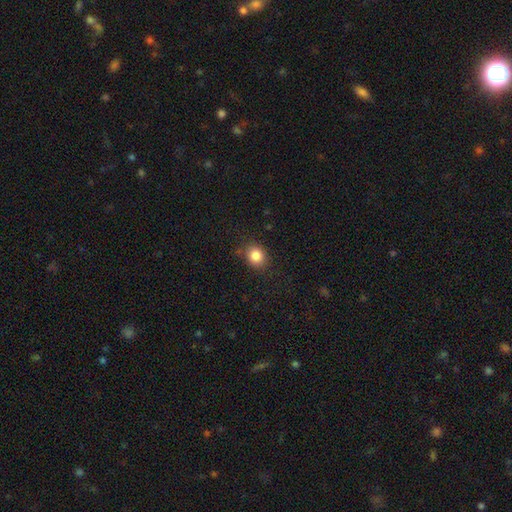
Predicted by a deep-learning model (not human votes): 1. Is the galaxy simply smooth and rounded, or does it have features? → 84% smooth, 10% star or artifact, 5% featured or disk.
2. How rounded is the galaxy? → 71% round, 28% in between, 1% cigar-shaped.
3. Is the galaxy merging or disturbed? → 82% none, 13% minor disturbance, 3% major disturbance, 1% merger.